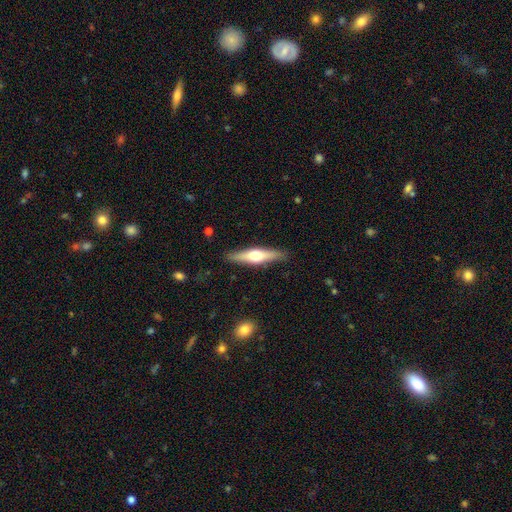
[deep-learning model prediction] Smooth or featured? Predicted: featured or disk (p=0.57). Edge-on disk? Predicted: yes (p=0.95). Edge-on bulge? Predicted: rounded (p=0.93). Merging? Predicted: none (p=0.89).